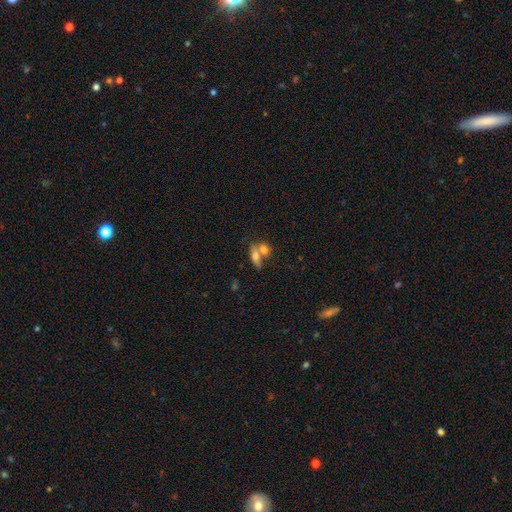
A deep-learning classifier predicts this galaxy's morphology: Smooth or featured: smooth — 64% (featured or disk — 27%)
How rounded: in between — 68% (cigar-shaped — 18%)
Merging: merger — 53% (none — 33%)